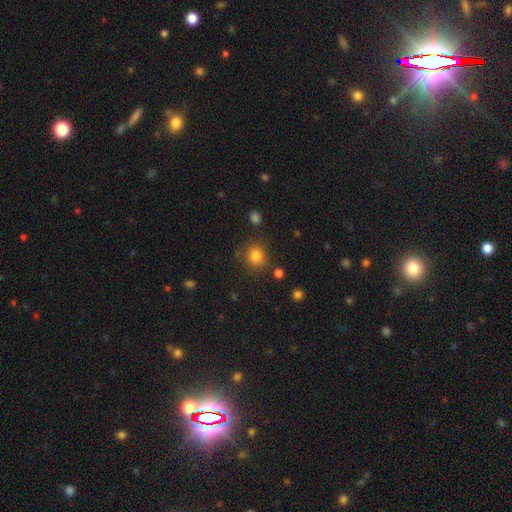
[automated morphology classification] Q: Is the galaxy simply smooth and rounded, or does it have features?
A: smooth — 83%.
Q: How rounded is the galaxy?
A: round — 84%.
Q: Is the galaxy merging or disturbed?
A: none — 81%.